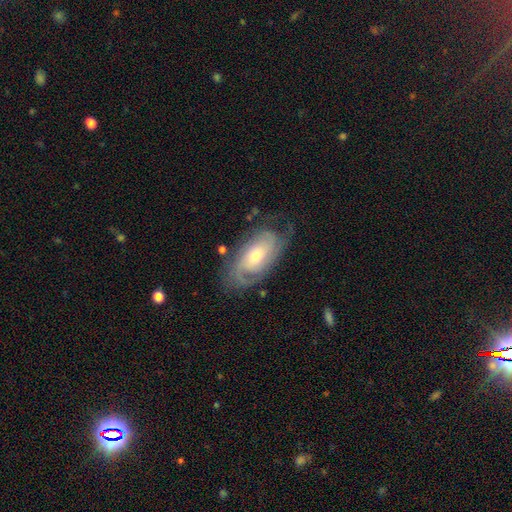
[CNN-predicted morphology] The model was most divided on "bulge size": moderate: 55%, small: 39%, large: 4%, none: 1%, dominant: 1%. Remaining: edge-on disk — no (94%); spiral arms — yes (94%); smooth or featured — featured or disk (82%); merging — none (71%); bar — no (67%); spiral winding — tight (60%); spiral arm count — 2 (46%).